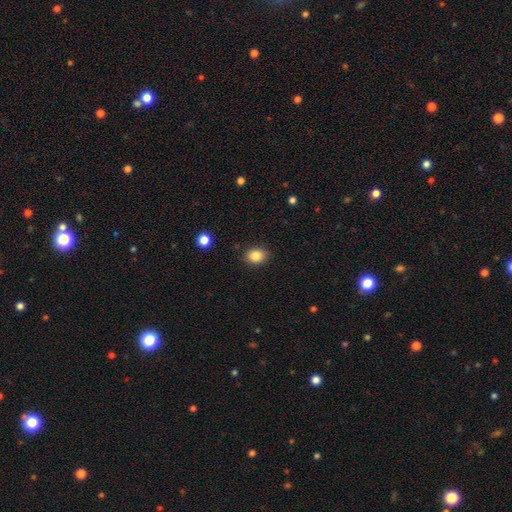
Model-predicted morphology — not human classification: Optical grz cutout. It shows a smooth galaxy with no disk features (85%) that is in between round and cigar-shaped (57%). Merging: none (87%).